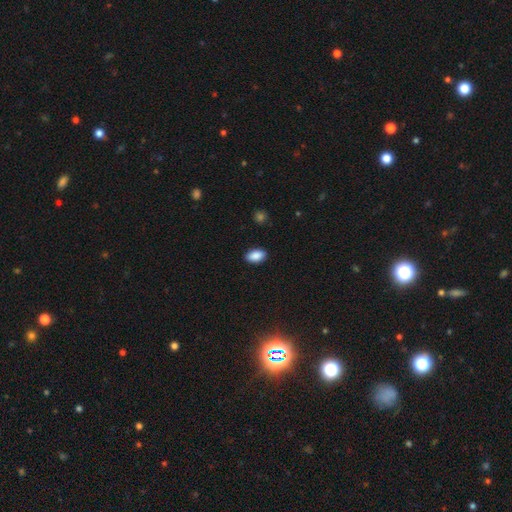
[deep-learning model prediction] The model was most divided on "merging": none: 89%, minor disturbance: 8%, major disturbance: 2%, merger: 1%. More confident: how rounded — in between (91%); smooth or featured — smooth (89%).